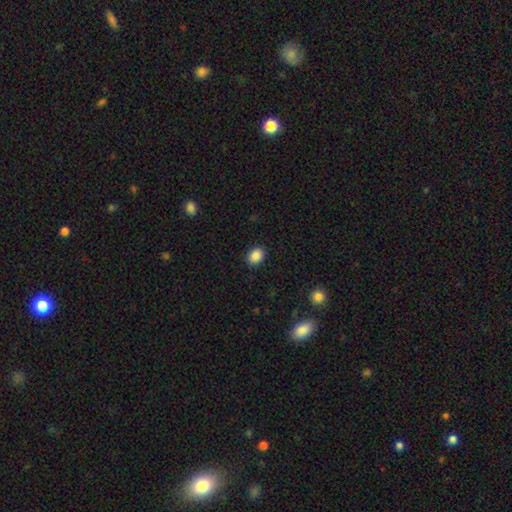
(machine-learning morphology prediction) Smooth or featured: smooth — 88% (star or artifact — 9%)
How rounded: in between — 61% (round — 38%)
Merging: none — 89% (minor disturbance — 8%)